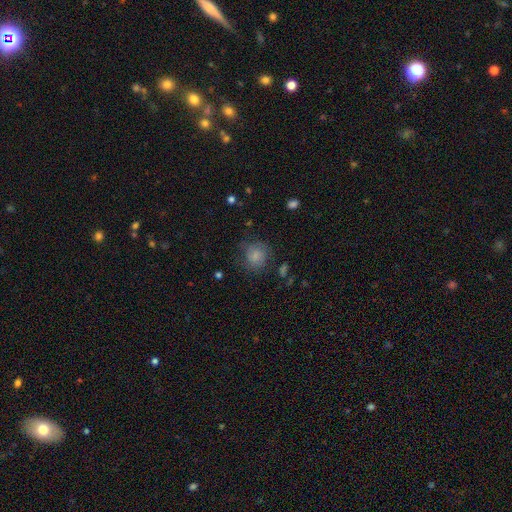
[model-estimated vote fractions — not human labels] Q: Smooth or featured?
A: smooth (76%); runner-up: featured or disk (13%)
Q: How rounded?
A: round (82%); runner-up: in between (17%)
Q: Merging?
A: none (67%); runner-up: minor disturbance (21%)